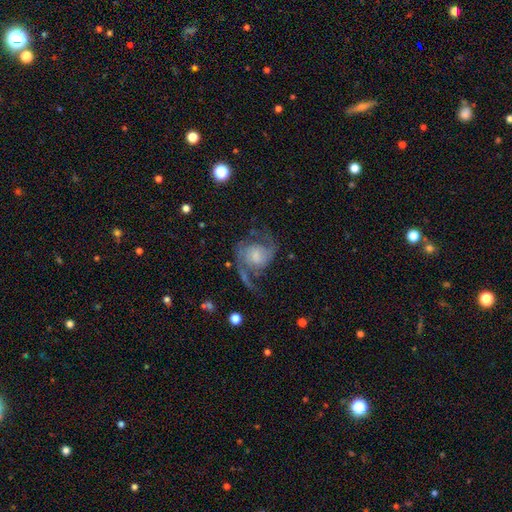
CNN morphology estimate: Smooth or featured: featured or disk — 84% (smooth — 10%)
Edge-on disk: no — 98% (yes — 2%)
Bar: no — 55% (weak — 37%)
Spiral arms: yes — 96% (no — 4%)
Spiral winding: medium — 48% (loose — 39%)
Spiral arm count: 2 — 89% (1 — 3%)
Bulge size: moderate — 29% (tied with small — 29%)
Merging: none — 59% (major disturbance — 20%)